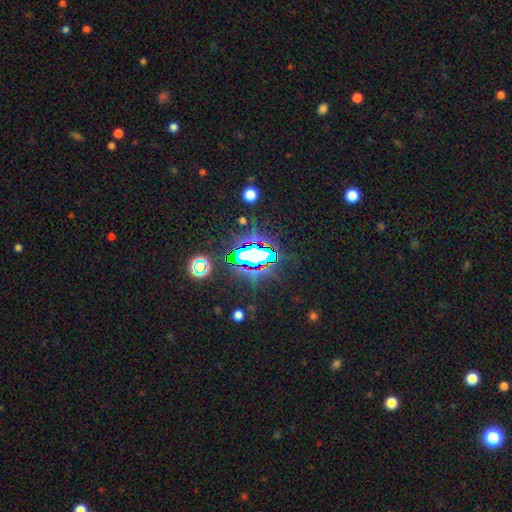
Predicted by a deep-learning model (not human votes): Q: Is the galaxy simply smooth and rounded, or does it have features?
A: star or artifact — 71%.